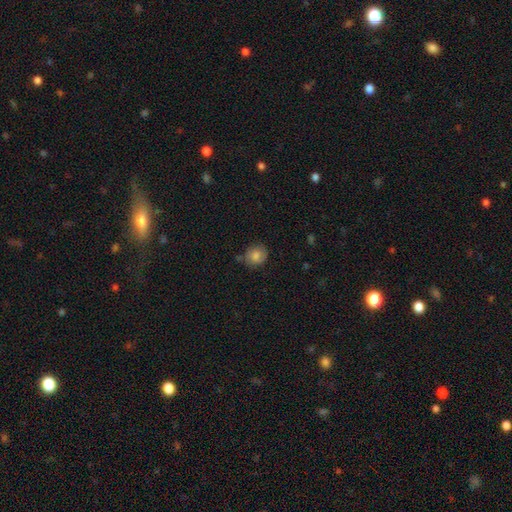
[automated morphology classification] This is likely a smooth galaxy (77%). How rounded: likely round (73%). Merging: likely none (70%).